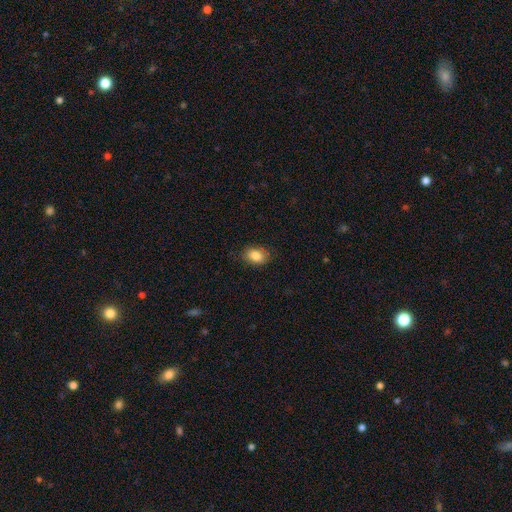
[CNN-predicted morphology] smooth-or-featured: smooth: 86% | star or artifact: 8% | featured or disk: 6%
  how-rounded: in between: 79% | round: 20% | cigar-shaped: 1%
  merging: none: 84% | minor disturbance: 12% | major disturbance: 3% | merger: 1%